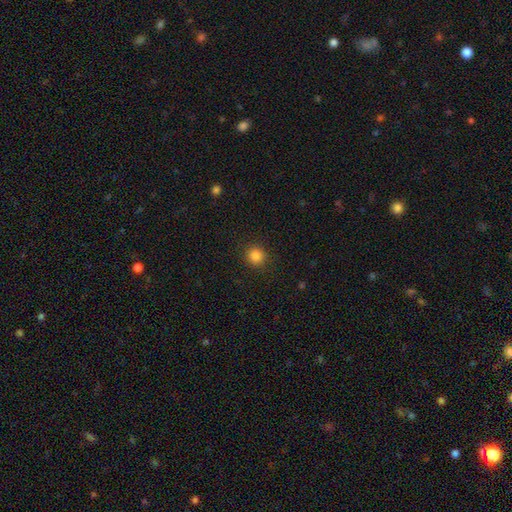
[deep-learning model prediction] Q: Smooth or featured?
A: smooth (85%); runner-up: star or artifact (12%)
Q: How rounded?
A: round (92%); runner-up: in between (8%)
Q: Merging?
A: none (90%); runner-up: minor disturbance (7%)